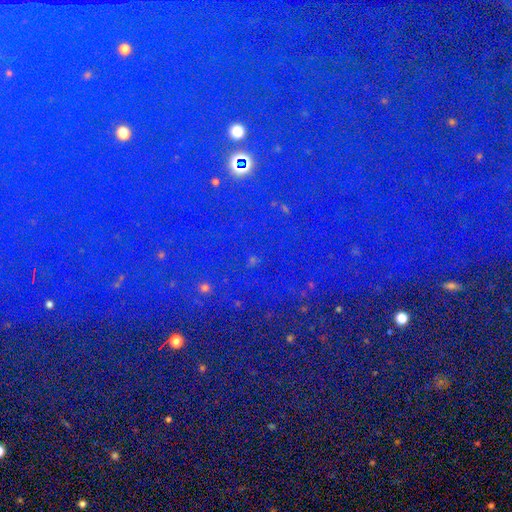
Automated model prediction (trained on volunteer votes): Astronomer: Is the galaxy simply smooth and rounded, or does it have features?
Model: star or artifact — 82%.